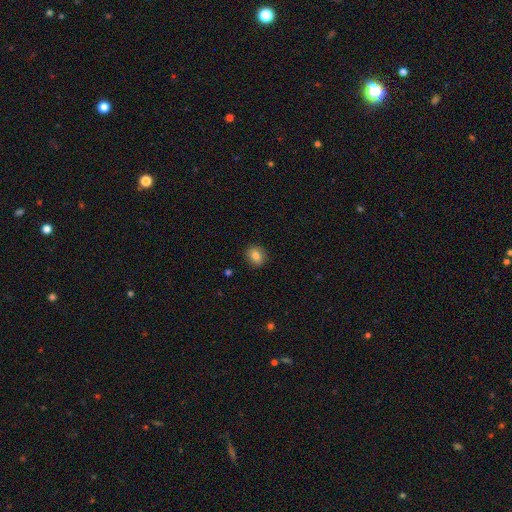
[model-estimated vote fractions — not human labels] This is clearly a smooth galaxy (83%). How rounded: possibly round (58%). Merging: clearly none (89%).